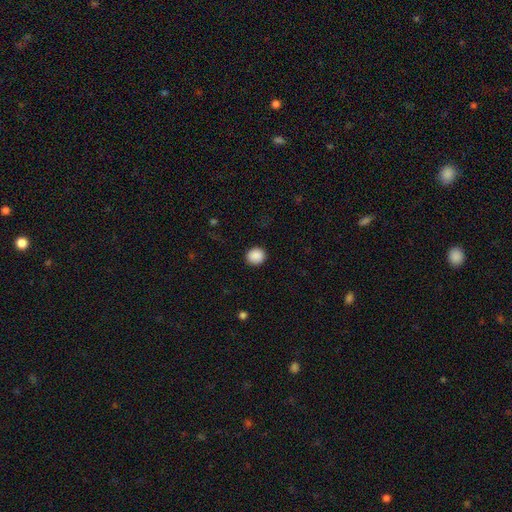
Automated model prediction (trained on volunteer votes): Overall: smooth (89%). How rounded: round (85%). Merging: none (91%).